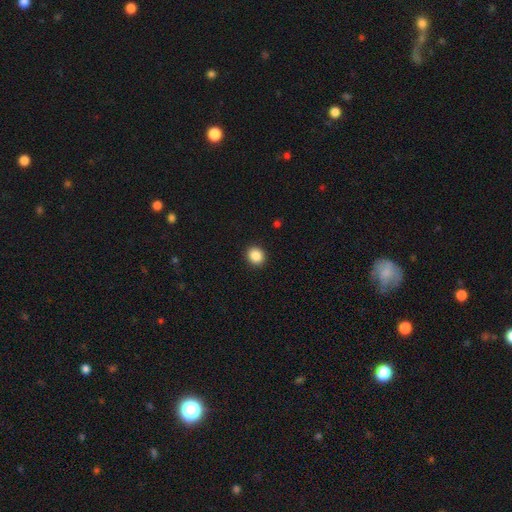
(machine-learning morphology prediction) Q: Smooth or featured?
A: smooth (87%); runner-up: star or artifact (9%)
Q: How rounded?
A: round (83%); runner-up: in between (16%)
Q: Merging?
A: none (92%); runner-up: minor disturbance (5%)